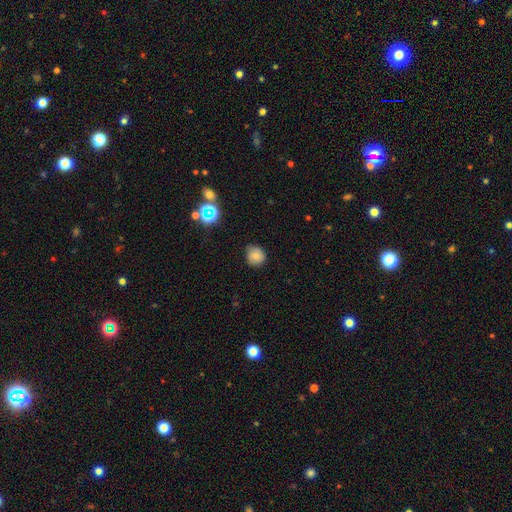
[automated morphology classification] smooth_or_featured: smooth (p=0.76) [alt: featured or disk p=0.13]
how_rounded: round (p=0.86) [alt: in between p=0.13]
merging: none (p=0.78) [alt: minor disturbance p=0.18]